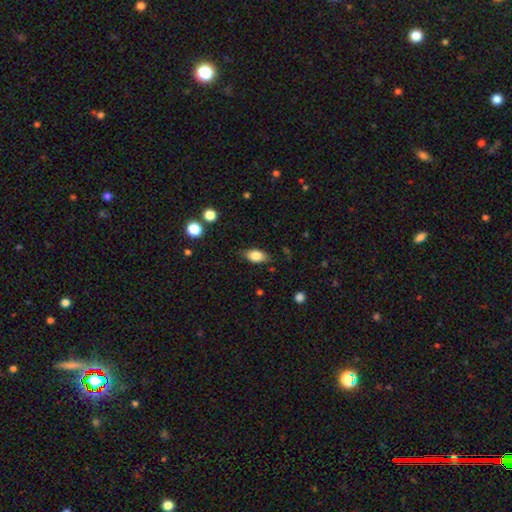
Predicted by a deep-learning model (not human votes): smooth 80%, featured or disk 12%, star or artifact 8%. Down the decision tree: how rounded — in between (88%); merging — none (82%).